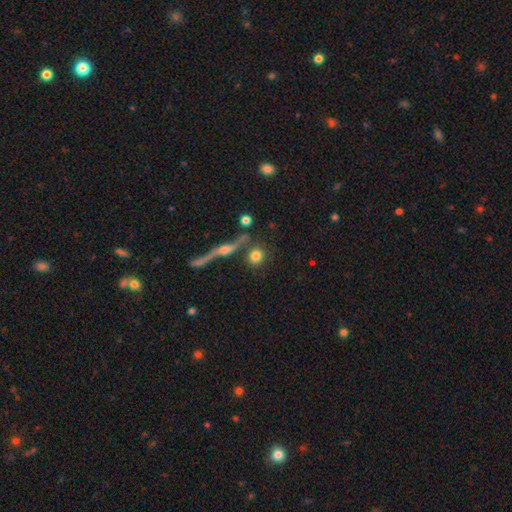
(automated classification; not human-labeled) smooth 74%, featured or disk 16%, star or artifact 10%. Down the decision tree: how rounded — round (85%); merging — none (74%).